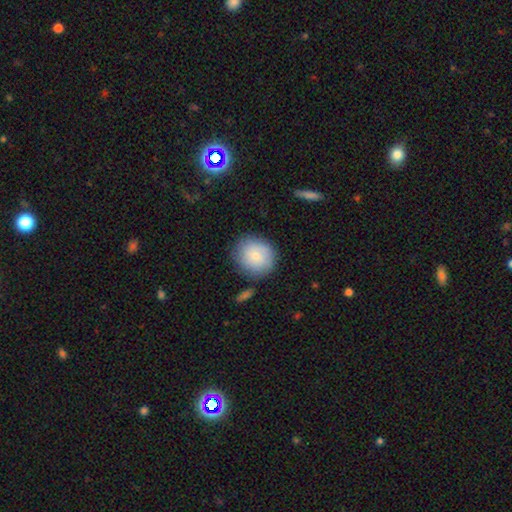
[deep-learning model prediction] Q: Smooth or featured?
A: smooth (80%); runner-up: featured or disk (13%)
Q: How rounded?
A: round (87%); runner-up: in between (12%)
Q: Merging?
A: none (77%); runner-up: minor disturbance (15%)